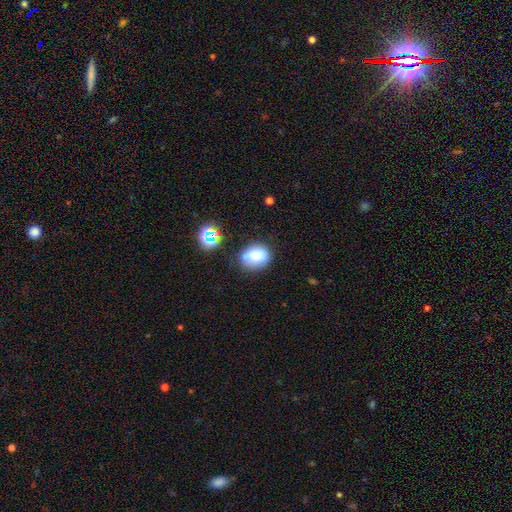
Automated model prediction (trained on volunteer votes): Smooth or featured?
  - smooth: 72% *
  - featured or disk: 15%
  - star or artifact: 13%
How rounded?
  - round: 53% *
  - in between: 46%
  - cigar-shaped: 1%
Merging?
  - none: 65% *
  - minor disturbance: 22%
  - merger: 7%
  - major disturbance: 6%